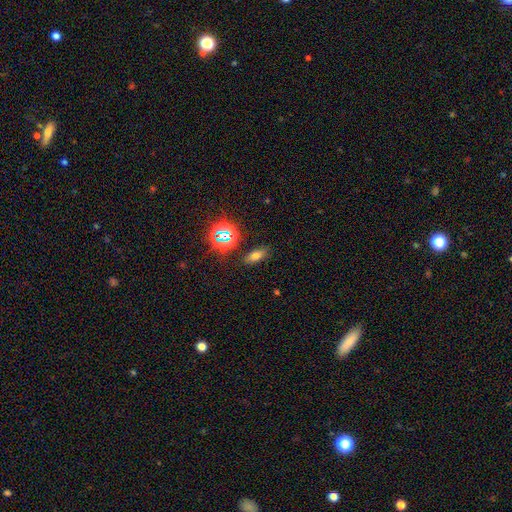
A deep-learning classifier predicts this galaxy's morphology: A smooth galaxy with no disk features (65%) that is in between round and cigar-shaped (78%).

Vote fractions:
- Smooth or featured? smooth: 65% / star or artifact: 23% / featured or disk: 12%
- How rounded? in between: 78% / cigar-shaped: 13% / round: 9%
- Merging? none: 85% / minor disturbance: 10% / major disturbance: 3% / merger: 2%